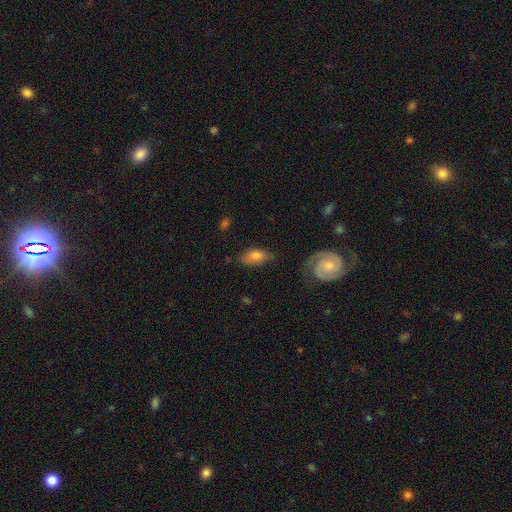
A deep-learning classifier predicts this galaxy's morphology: smooth-or-featured: smooth: 69% | featured or disk: 24% | star or artifact: 7%
  how-rounded: in between: 86% | cigar-shaped: 9% | round: 5%
  merging: none: 64% | minor disturbance: 23% | major disturbance: 9% | merger: 3%